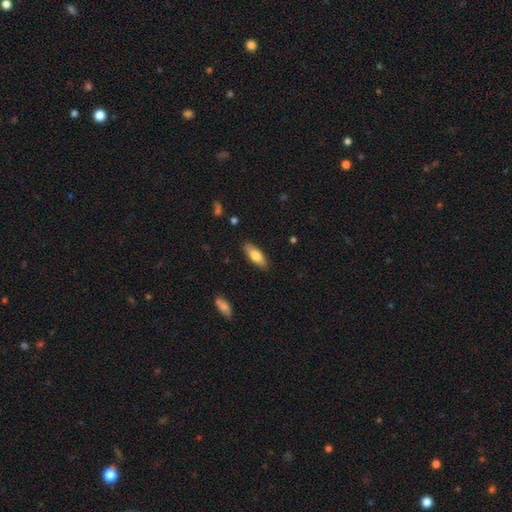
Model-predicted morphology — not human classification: Overall: smooth (74%). How rounded: in between (66%; cigar-shaped 32%). Merging: none (88%).